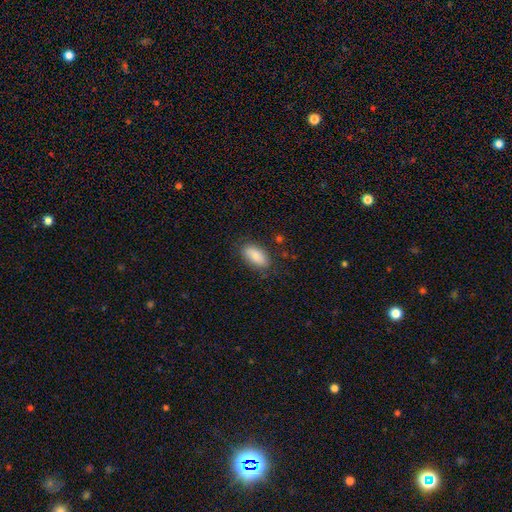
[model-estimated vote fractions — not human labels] Q: Smooth or featured?
A: smooth (82%); runner-up: featured or disk (11%)
Q: How rounded?
A: in between (91%); runner-up: cigar-shaped (6%)
Q: Merging?
A: none (79%); runner-up: minor disturbance (15%)